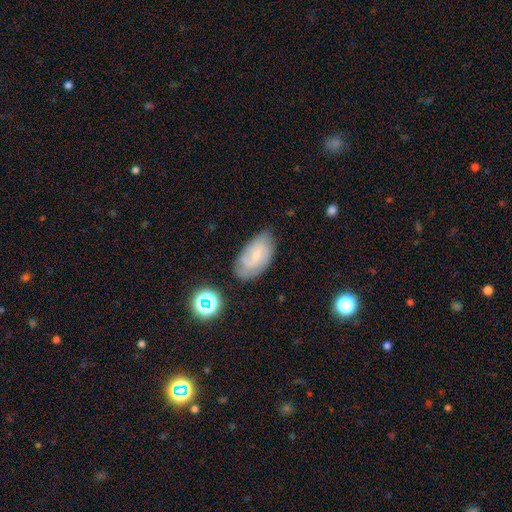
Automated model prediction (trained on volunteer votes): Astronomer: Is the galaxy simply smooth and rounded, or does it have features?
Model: featured or disk — 56% (runner-up: smooth, 34%).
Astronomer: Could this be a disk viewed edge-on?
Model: no — 95%.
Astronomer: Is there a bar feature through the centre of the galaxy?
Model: no — 60%.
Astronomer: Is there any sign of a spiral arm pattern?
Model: yes — 86%.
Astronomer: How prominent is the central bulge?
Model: small — 70%.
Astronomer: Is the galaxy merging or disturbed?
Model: none — 68%.